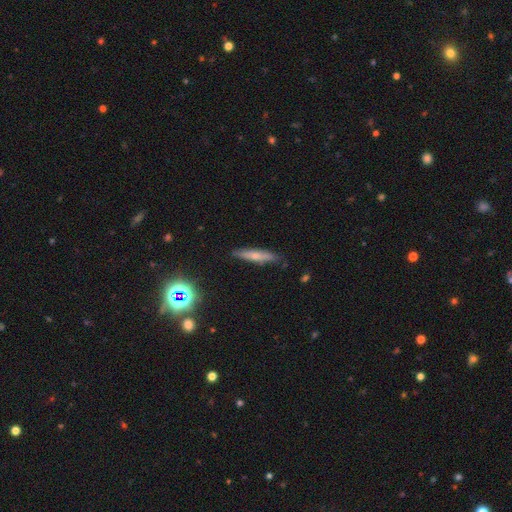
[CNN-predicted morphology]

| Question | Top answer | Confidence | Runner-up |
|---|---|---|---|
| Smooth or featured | smooth | 58% | featured or disk (33%) |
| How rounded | cigar-shaped | 88% | in between (10%) |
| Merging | none | 84% | minor disturbance (12%) |